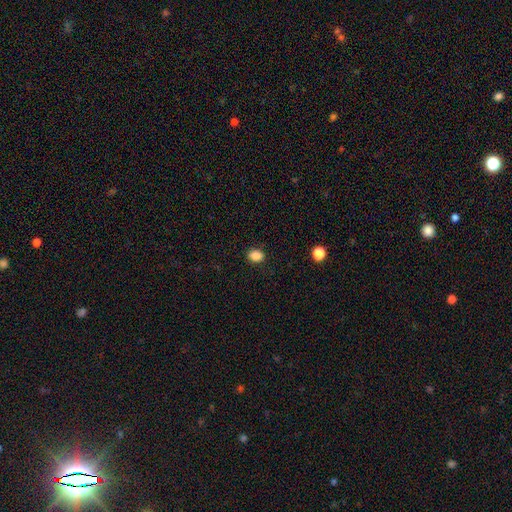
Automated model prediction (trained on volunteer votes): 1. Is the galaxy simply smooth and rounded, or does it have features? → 86% smooth, 10% star or artifact, 4% featured or disk.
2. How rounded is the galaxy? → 55% in between, 44% round, 1% cigar-shaped.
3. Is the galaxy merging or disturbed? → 88% none, 9% minor disturbance, 2% major disturbance, 1% merger.